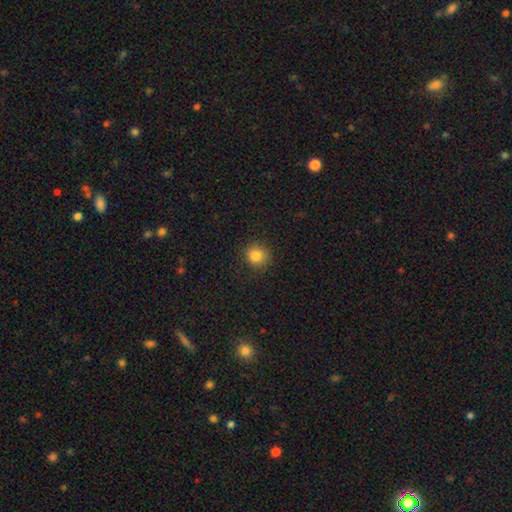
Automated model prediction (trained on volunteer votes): The model was most divided on "smooth or featured": smooth: 83%, star or artifact: 11%, featured or disk: 5%. More confident: how rounded — round (89%); merging — none (87%).